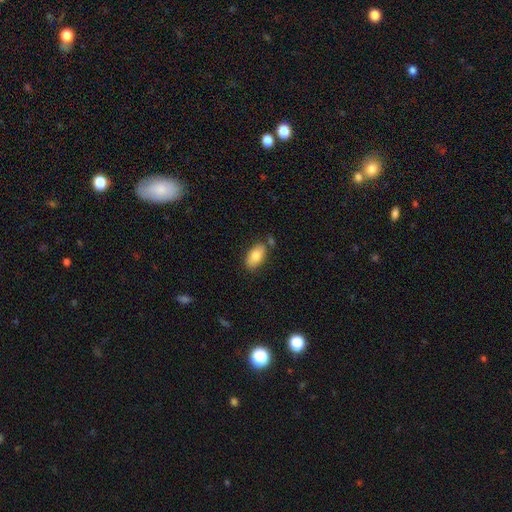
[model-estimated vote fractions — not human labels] This is clearly a smooth galaxy (81%). How rounded: clearly in between (93%). Merging: likely none (74%).